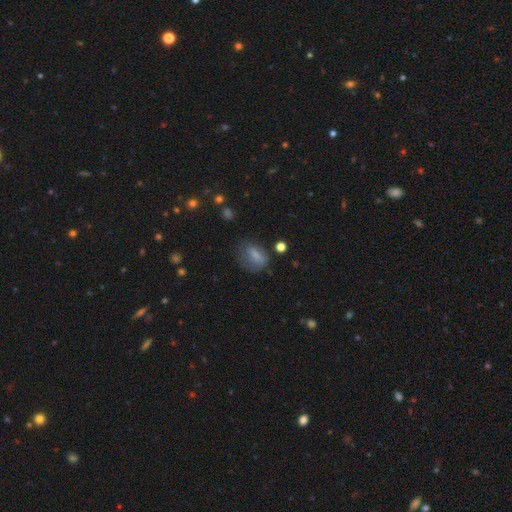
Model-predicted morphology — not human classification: Overall: smooth (68%). How rounded: in between (71%). Merging: none (51%; minor disturbance 27%).